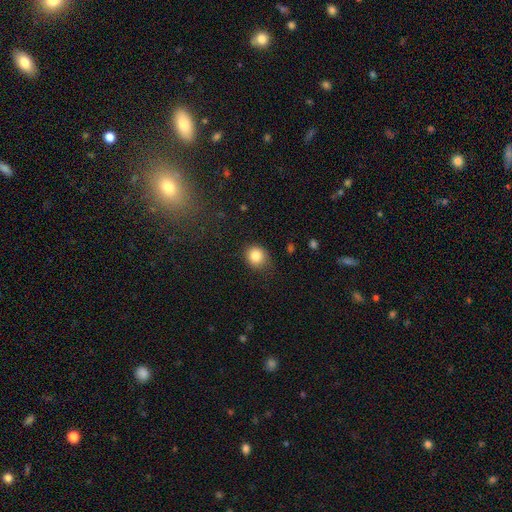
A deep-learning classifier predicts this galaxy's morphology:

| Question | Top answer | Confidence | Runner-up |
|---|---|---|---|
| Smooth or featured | smooth | 83% | star or artifact (10%) |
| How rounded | round | 80% | in between (19%) |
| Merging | none | 80% | minor disturbance (15%) |